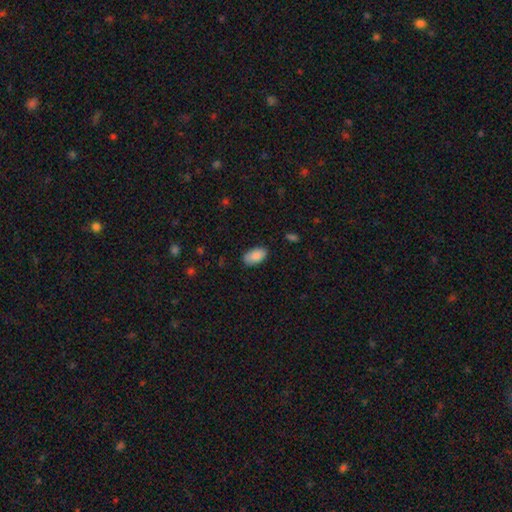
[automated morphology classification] smooth 87%, star or artifact 7%, featured or disk 6%. Down the decision tree: how rounded — in between (95%); merging — none (84%).